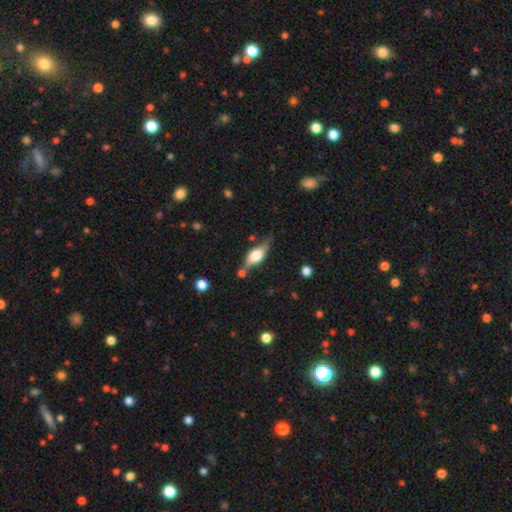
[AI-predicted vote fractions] Morphology: type=featured or disk (52%); edge-on=yes (86%); merging=none (65%).